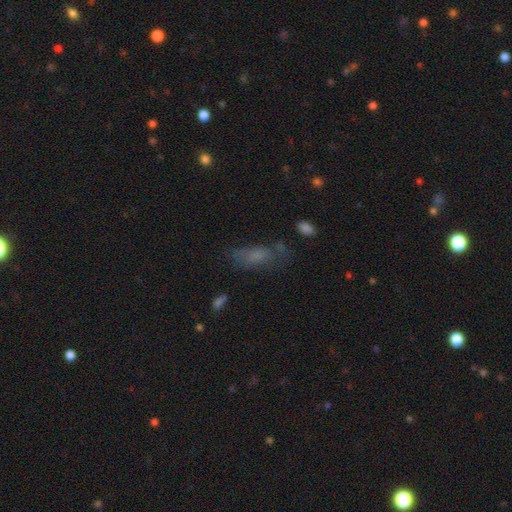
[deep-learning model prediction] smooth-or-featured: smooth: 62% | featured or disk: 21% | star or artifact: 17%
  how-rounded: in between: 66% | cigar-shaped: 30% | round: 4%
  merging: none: 56% | minor disturbance: 23% | major disturbance: 16% | merger: 6%